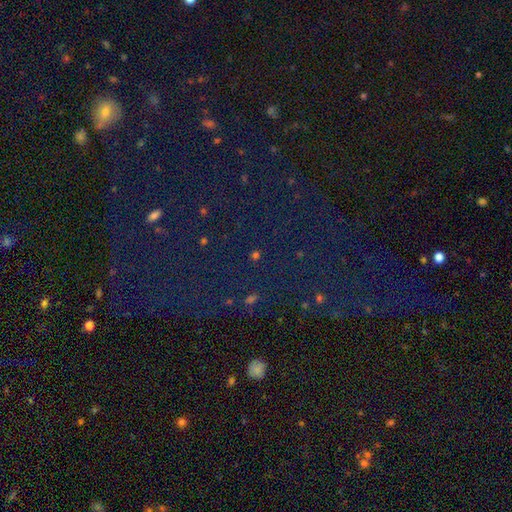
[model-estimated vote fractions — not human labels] Smooth or featured? star or artifact (67%)